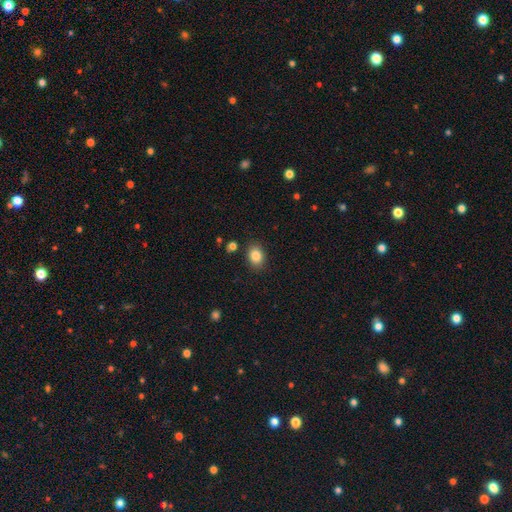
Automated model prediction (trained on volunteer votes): Smooth or featured?
  - smooth: 86% *
  - star or artifact: 9%
  - featured or disk: 5%
How rounded?
  - in between: 65% *
  - round: 34%
  - cigar-shaped: 1%
Merging?
  - none: 85% *
  - minor disturbance: 10%
  - major disturbance: 3%
  - merger: 2%